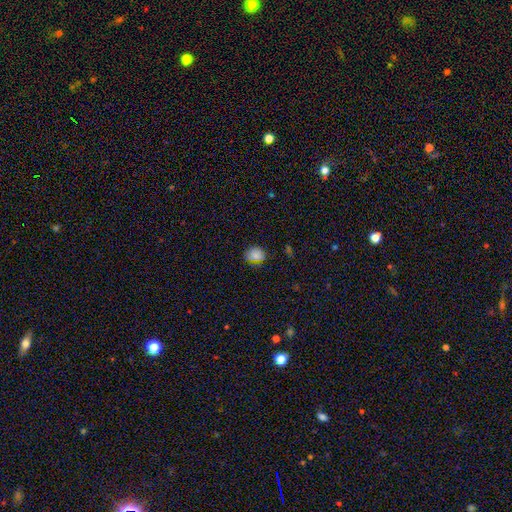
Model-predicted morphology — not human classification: Smooth or featured: smooth — 82% (star or artifact — 13%)
How rounded: round — 60% (in between — 39%)
Merging: none — 73% (minor disturbance — 21%)